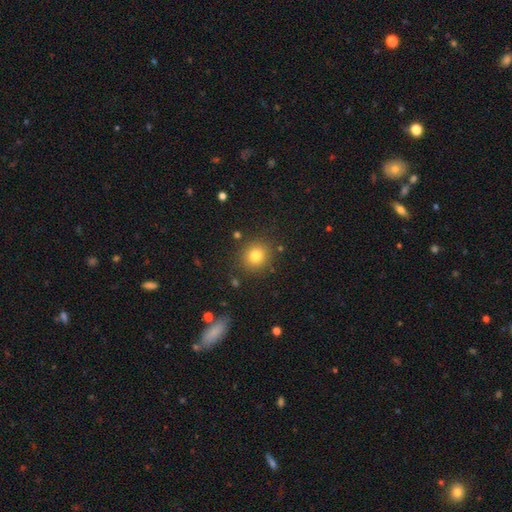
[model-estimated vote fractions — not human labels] smooth-or-featured: smooth: 80% | star or artifact: 13% | featured or disk: 7%
  how-rounded: round: 85% | in between: 14% | cigar-shaped: 1%
  merging: none: 86% | minor disturbance: 8% | major disturbance: 3% | merger: 3%